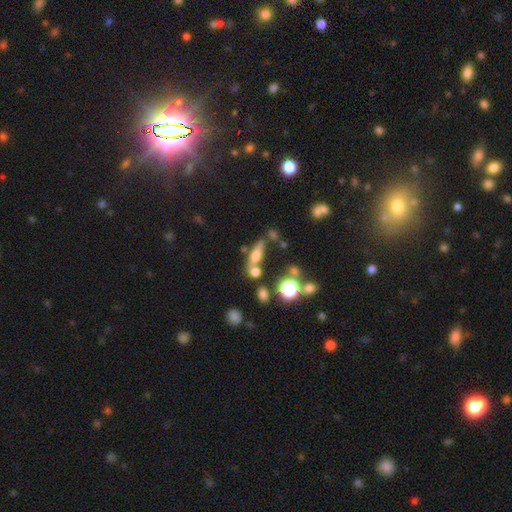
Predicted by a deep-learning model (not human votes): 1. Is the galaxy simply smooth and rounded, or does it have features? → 54% smooth, 31% featured or disk, 15% star or artifact.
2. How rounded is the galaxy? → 43% cigar-shaped, 42% in between, 14% round.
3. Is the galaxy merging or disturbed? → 50% none, 27% merger, 15% minor disturbance, 8% major disturbance.